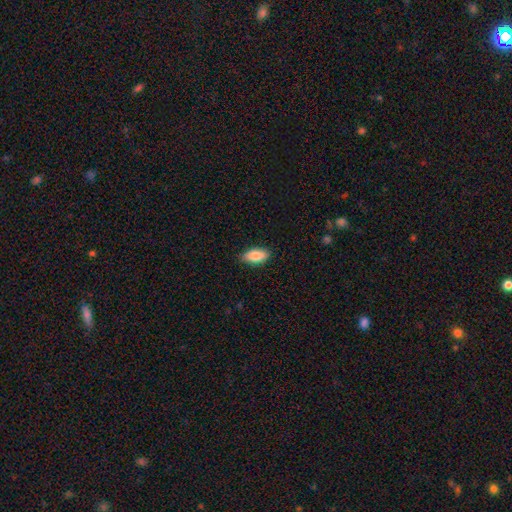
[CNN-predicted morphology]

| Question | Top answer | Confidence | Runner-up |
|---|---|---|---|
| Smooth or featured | smooth | 86% | featured or disk (7%) |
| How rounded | in between | 89% | cigar-shaped (8%) |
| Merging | none | 85% | minor disturbance (12%) |